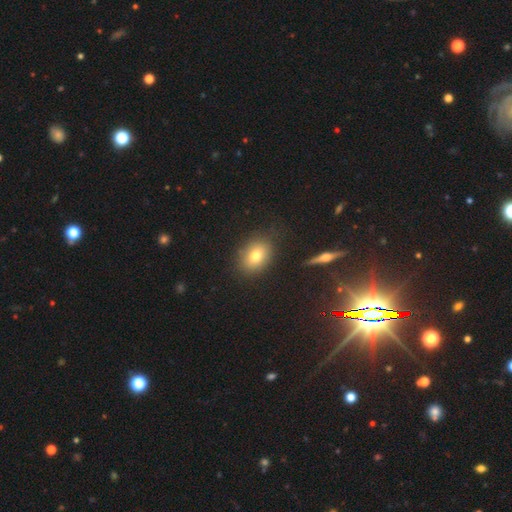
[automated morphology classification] This appears to be a smooth galaxy with no disk features (76%) that is in between round and cigar-shaped (62%). Merging: none (82%).